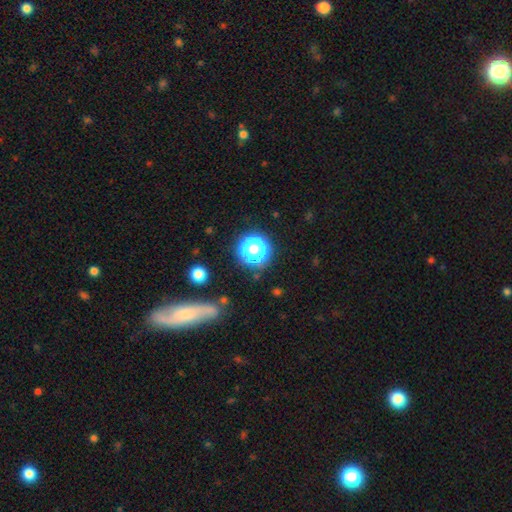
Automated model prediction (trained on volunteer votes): Q: Smooth or featured?
A: smooth (52%); runner-up: star or artifact (38%)
Q: How rounded?
A: round (84%); runner-up: in between (13%)
Q: Merging?
A: none (77%); runner-up: minor disturbance (11%)